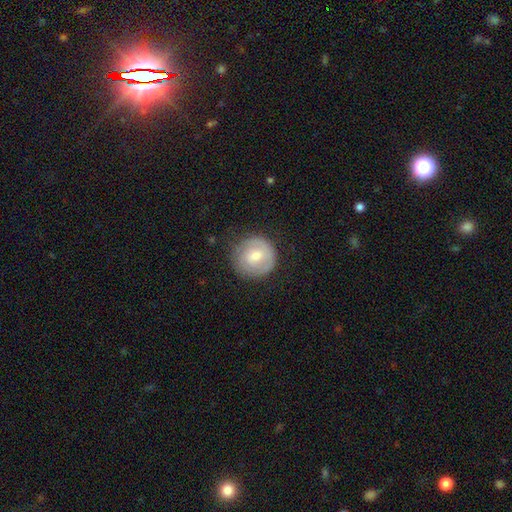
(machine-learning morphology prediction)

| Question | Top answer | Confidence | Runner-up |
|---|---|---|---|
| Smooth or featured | smooth | 60% | featured or disk (33%) |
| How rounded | round | 93% | in between (6%) |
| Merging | none | 77% | minor disturbance (16%) |